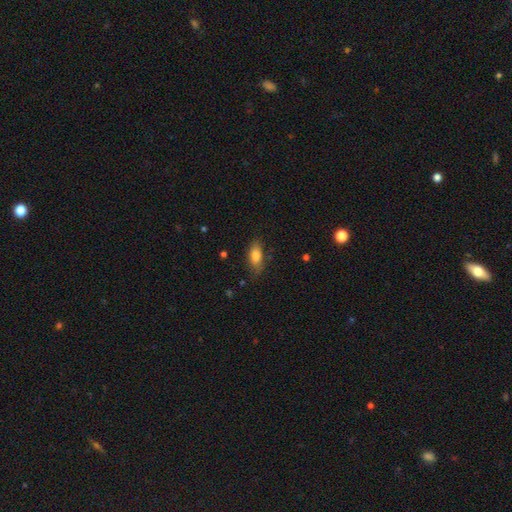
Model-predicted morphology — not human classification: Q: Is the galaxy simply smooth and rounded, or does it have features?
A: smooth — 79%.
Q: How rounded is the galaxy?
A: in between — 81%.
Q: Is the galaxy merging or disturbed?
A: none — 75%.